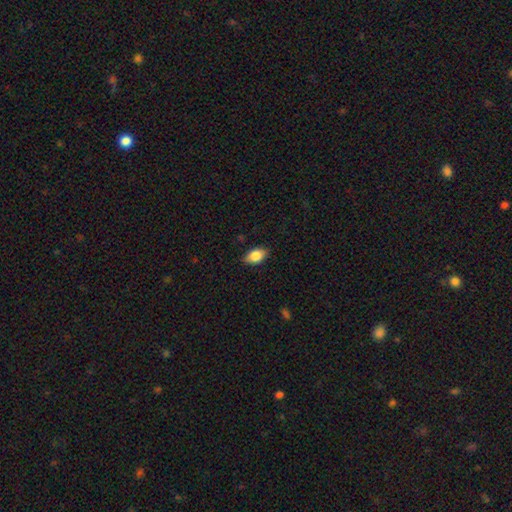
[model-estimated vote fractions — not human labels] smooth 84%, featured or disk 9%, star or artifact 7%. Down the decision tree: how rounded — in between (89%); merging — none (85%).